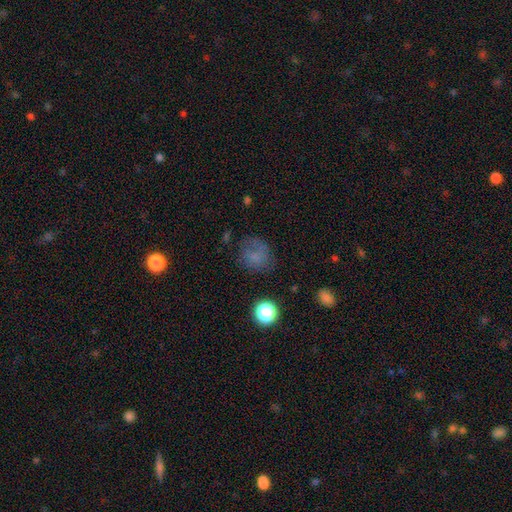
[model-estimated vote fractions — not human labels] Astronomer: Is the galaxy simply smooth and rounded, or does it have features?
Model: smooth — 66%.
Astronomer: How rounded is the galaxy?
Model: round — 70%.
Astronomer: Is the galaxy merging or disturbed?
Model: none — 58%.